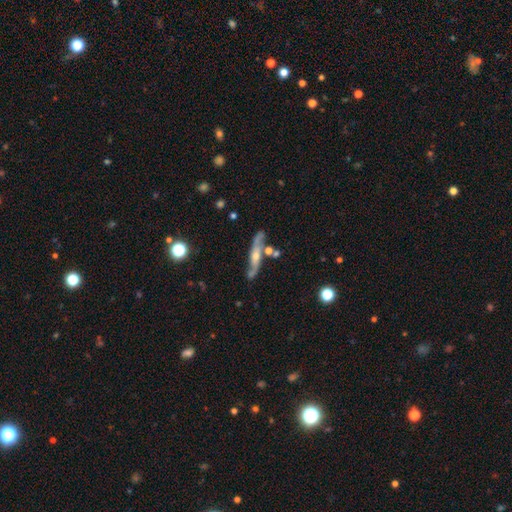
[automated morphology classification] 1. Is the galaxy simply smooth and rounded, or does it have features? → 75% featured or disk, 17% smooth, 8% star or artifact.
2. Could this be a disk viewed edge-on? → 60% yes, 40% no.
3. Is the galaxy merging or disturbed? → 66% none, 17% minor disturbance, 11% merger, 6% major disturbance.